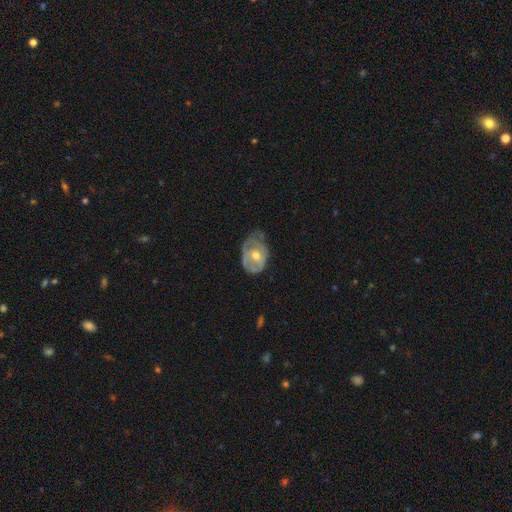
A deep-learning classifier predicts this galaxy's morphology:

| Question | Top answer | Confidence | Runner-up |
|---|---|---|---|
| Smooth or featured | featured or disk | 57% | smooth (37%) |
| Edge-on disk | no | 94% | yes (6%) |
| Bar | no | 72% | weak (22%) |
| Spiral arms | no | 59% | yes (41%) |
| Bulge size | moderate | 67% | small (28%) |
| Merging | minor disturbance | 40% | none (36%) |